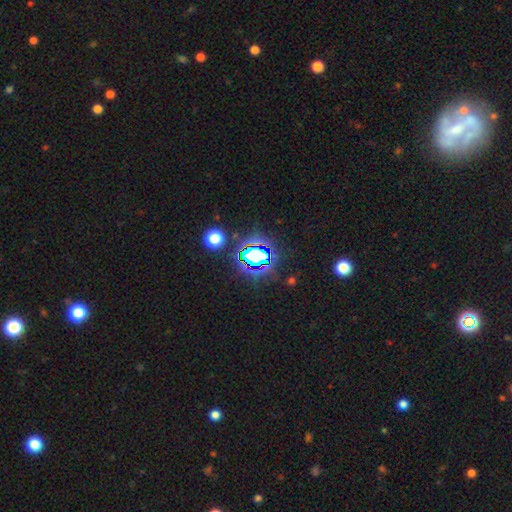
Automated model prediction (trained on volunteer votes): smooth-or-featured: star or artifact: 72% | smooth: 16% | featured or disk: 11%